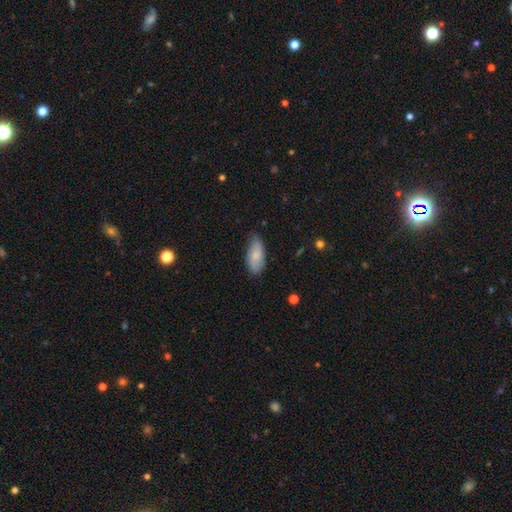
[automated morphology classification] type=smooth (77%); roundness=in between (89%); merging=none (72%).